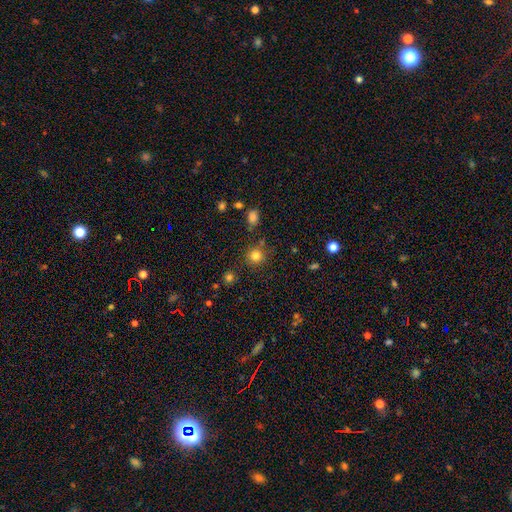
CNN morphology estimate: Smooth or featured? Predicted: smooth (p=0.80). How rounded? Predicted: round (p=0.92). Merging? Predicted: none (p=0.83).